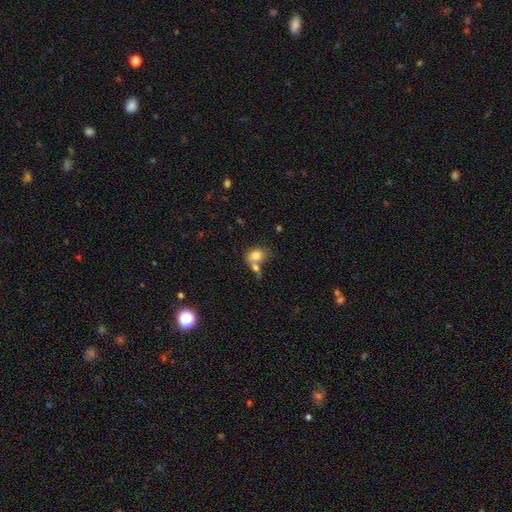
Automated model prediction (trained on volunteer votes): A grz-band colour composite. It shows a smooth galaxy with no disk features (78%) that is in between round and cigar-shaped (61%). Merging: merger (50%).